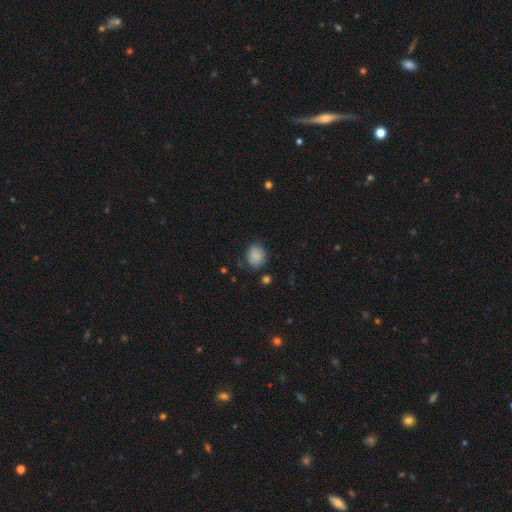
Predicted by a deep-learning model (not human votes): Q: Smooth or featured?
A: smooth (85%); runner-up: star or artifact (9%)
Q: How rounded?
A: round (74%); runner-up: in between (25%)
Q: Merging?
A: none (77%); runner-up: minor disturbance (17%)